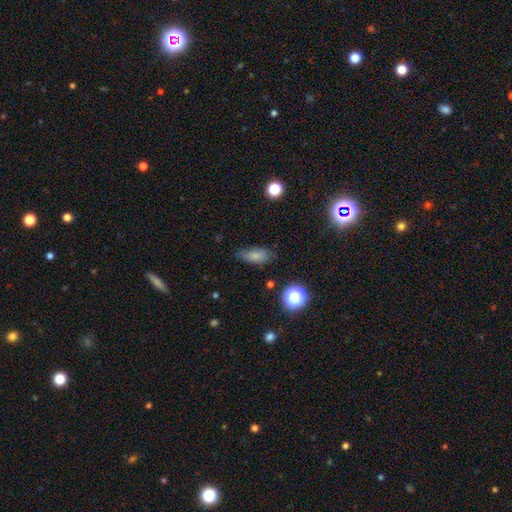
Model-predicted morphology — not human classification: smooth-or-featured: smooth: 78% | featured or disk: 11% | star or artifact: 11%
  how-rounded: in between: 80% | cigar-shaped: 14% | round: 6%
  merging: none: 70% | minor disturbance: 23% | major disturbance: 5% | merger: 2%